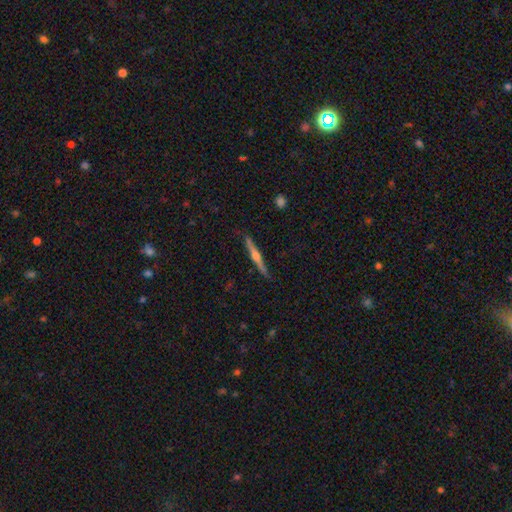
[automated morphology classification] Smooth or featured? Predicted: featured or disk (p=0.77). Edge-on disk? Predicted: yes (p=0.98). Edge-on bulge? Predicted: rounded (p=0.92). Merging? Predicted: none (p=0.90).